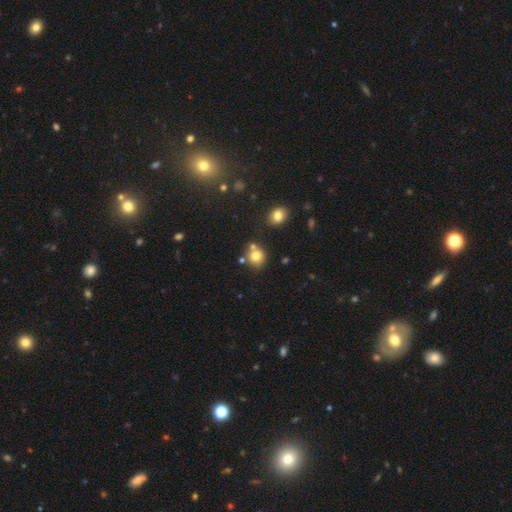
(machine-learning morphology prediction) type=smooth (77%); roundness=round (80%); merging=none (64%).